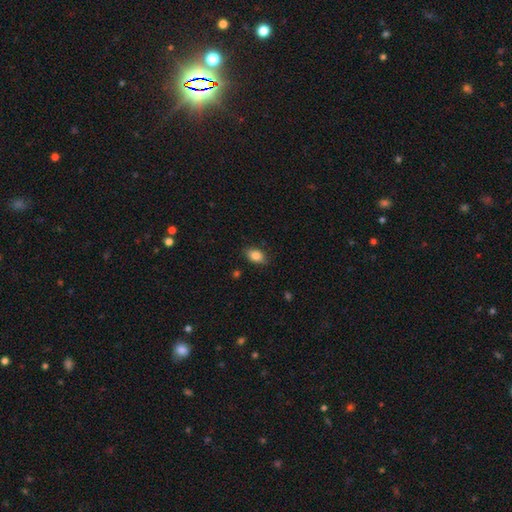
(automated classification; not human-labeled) Smooth or featured? smooth (85%)
How rounded? in between (86%)
Merging? none (84%)